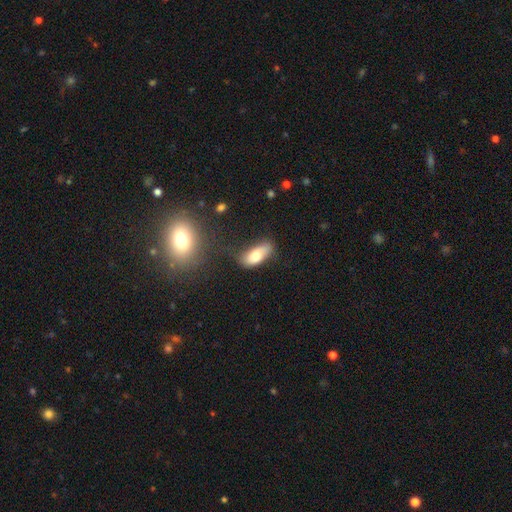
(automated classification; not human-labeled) The model was most divided on "merging": none: 62%, minor disturbance: 26%, major disturbance: 7%, merger: 5%. More confident: how rounded — in between (83%); smooth or featured — smooth (71%).